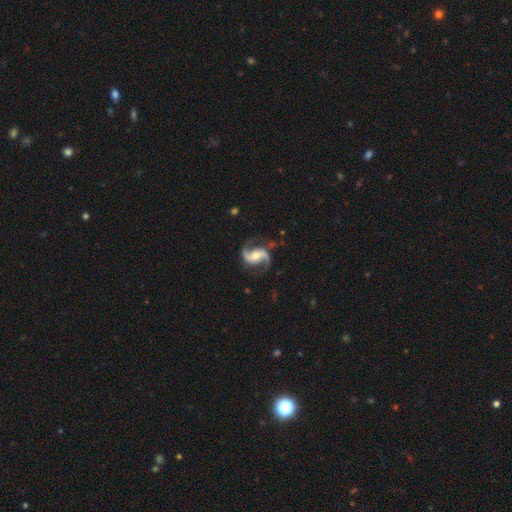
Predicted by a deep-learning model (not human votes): smooth_or_featured: featured or disk (p=0.92) [alt: star or artifact p=0.04]
disk_edge_on: no (p=0.98) [alt: yes p=0.02]
bar: no (p=0.40) [alt: weak p=0.36]
has_spiral_arms: yes (p=0.98) [alt: no p=0.02]
spiral_winding: medium (p=0.50) [alt: loose p=0.39]
spiral_arm_count: 2 (p=0.94) [alt: 1 p=0.01]
bulge_size: moderate (p=0.59) [alt: small p=0.30]
merging: none (p=0.80) [alt: minor disturbance p=0.13]